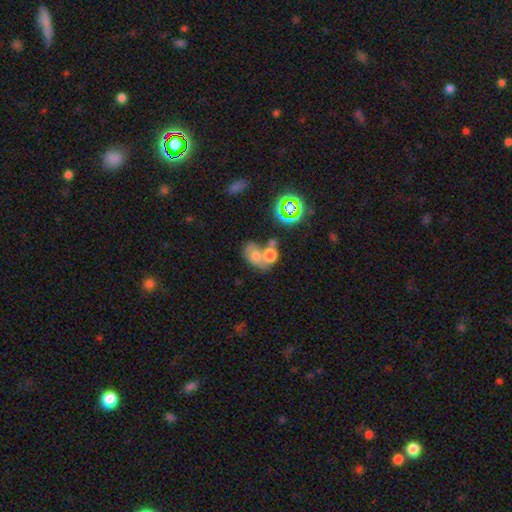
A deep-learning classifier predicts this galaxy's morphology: Smooth or featured? Predicted: smooth (p=0.60). How rounded? Predicted: in between (p=0.60). Merging? Predicted: merger (p=0.53).